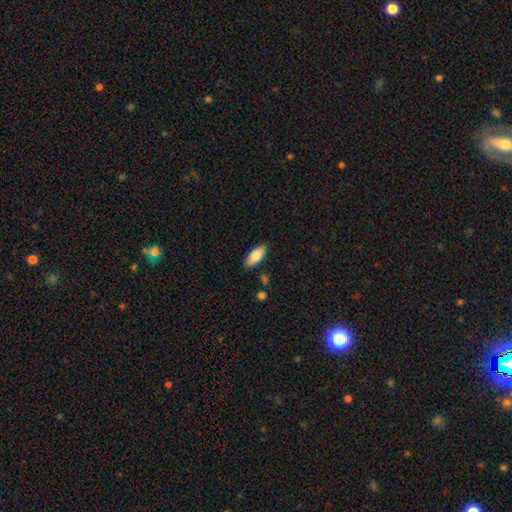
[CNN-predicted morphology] This appears to be a smooth galaxy with no disk features (81%) that is in between round and cigar-shaped (83%). Merging: none (86%).